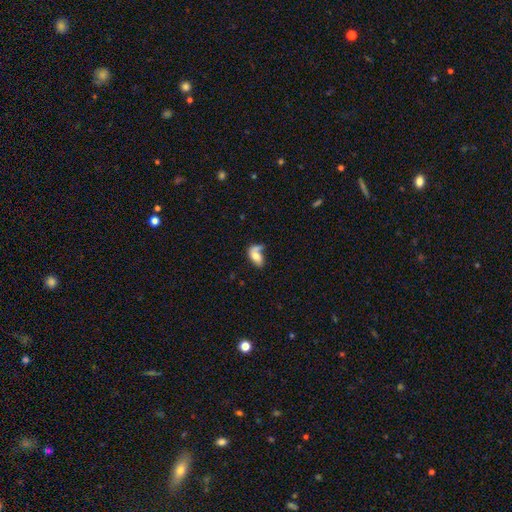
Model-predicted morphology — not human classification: The model was most divided on "merging": none: 30%, merger: 25%, major disturbance: 24%, minor disturbance: 21%. More confident: how rounded — in between (88%); smooth or featured — smooth (65%).